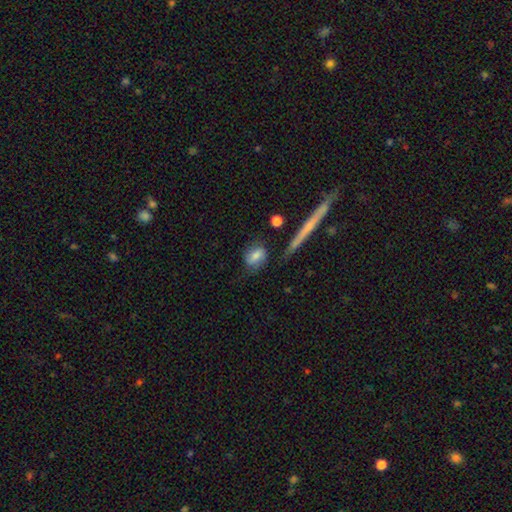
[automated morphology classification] smooth-or-featured: smooth: 67% | featured or disk: 26% | star or artifact: 8%
  how-rounded: in between: 55% | round: 38% | cigar-shaped: 6%
  merging: none: 63% | minor disturbance: 22% | major disturbance: 9% | merger: 5%